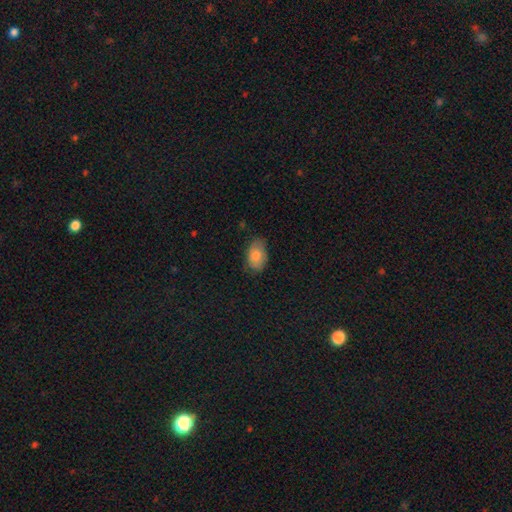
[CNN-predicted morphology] A smooth galaxy with no disk features (81%) that is in between round and cigar-shaped (88%).

Vote fractions:
- Smooth or featured? smooth: 81% / featured or disk: 12% / star or artifact: 7%
- How rounded? in between: 88% / round: 10% / cigar-shaped: 1%
- Merging? none: 67% / minor disturbance: 26% / major disturbance: 5% / merger: 1%